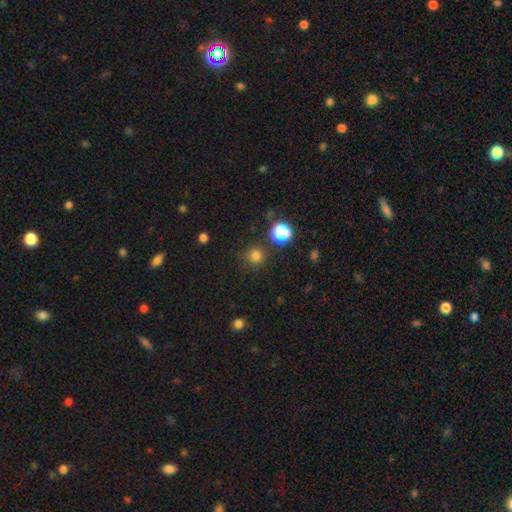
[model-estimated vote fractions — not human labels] Smooth or featured? Predicted: smooth (p=0.77). How rounded? Predicted: round (p=0.94). Merging? Predicted: none (p=0.85).